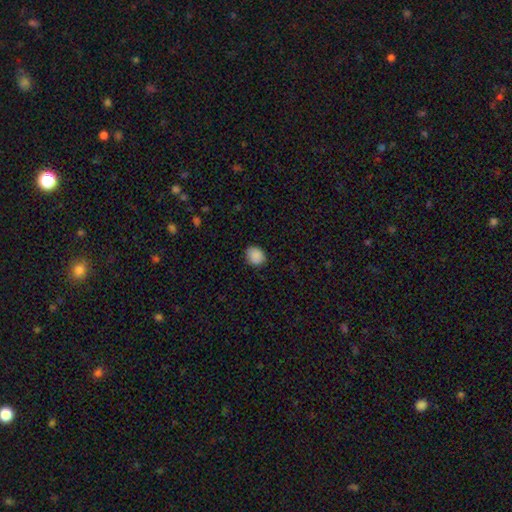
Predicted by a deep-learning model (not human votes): smooth-or-featured: smooth: 89% | star or artifact: 8% | featured or disk: 3%
  how-rounded: round: 57% | in between: 42% | cigar-shaped: 1%
  merging: none: 84% | minor disturbance: 12% | major disturbance: 2% | merger: 1%